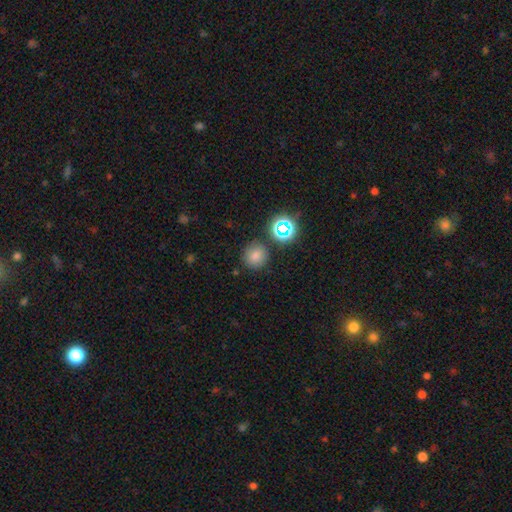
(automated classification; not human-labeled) Morphology: type=smooth (73%); roundness=round (91%); merging=none (83%).